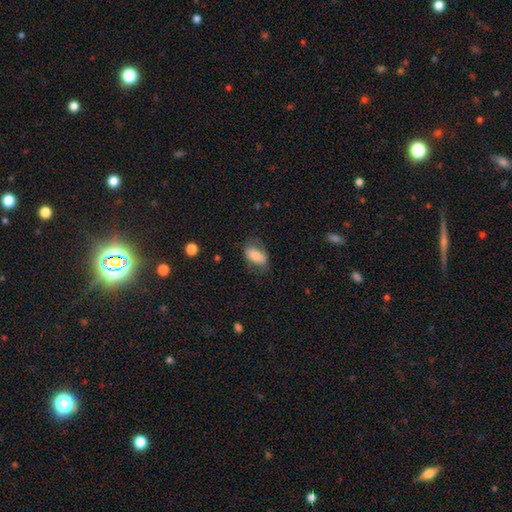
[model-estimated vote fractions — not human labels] Smooth or featured? smooth (76%)
How rounded? in between (90%)
Merging? none (59%)